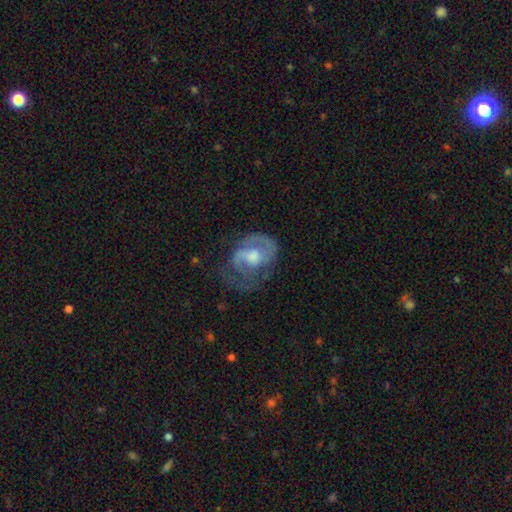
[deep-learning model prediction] Morphology: type=featured or disk (68%); edge-on=no (96%); bar=no (46%); spiral arms=yes (70%); bulge=moderate (58%); merging=none (53%).